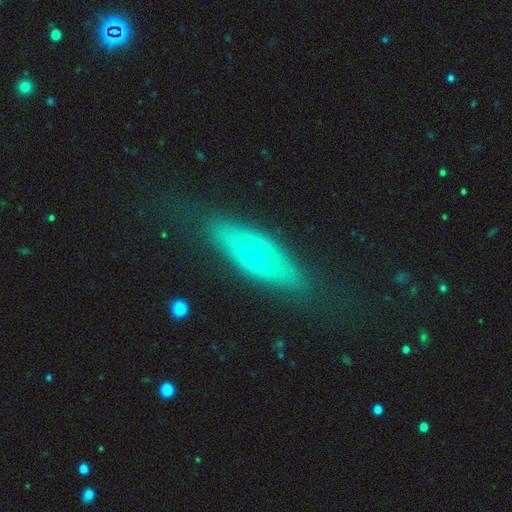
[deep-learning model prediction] Morphology: type=featured or disk (65%); edge-on=no (53%); merging=none (72%).